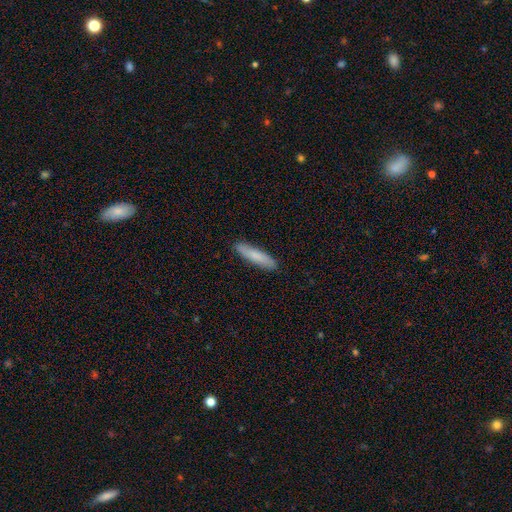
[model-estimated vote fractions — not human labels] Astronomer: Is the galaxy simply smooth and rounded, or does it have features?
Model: smooth — 79%.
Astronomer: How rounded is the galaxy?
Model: cigar-shaped — 84%.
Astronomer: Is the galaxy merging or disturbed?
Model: none — 89%.